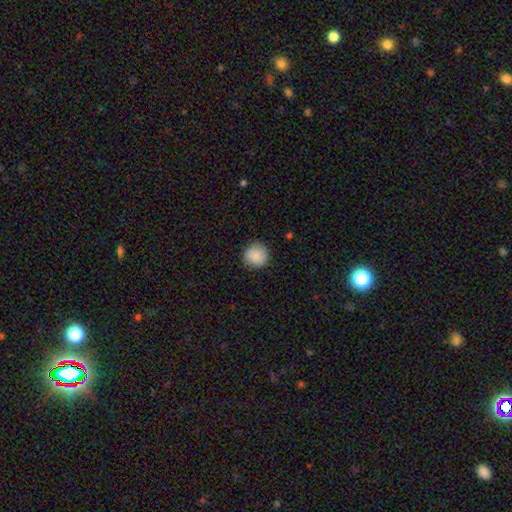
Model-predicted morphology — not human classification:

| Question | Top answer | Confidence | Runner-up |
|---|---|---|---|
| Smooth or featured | smooth | 88% | star or artifact (7%) |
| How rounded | round | 92% | in between (7%) |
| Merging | none | 86% | minor disturbance (10%) |